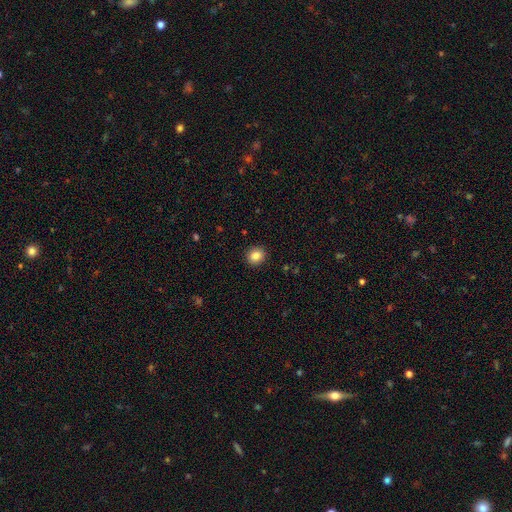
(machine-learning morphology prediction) Overall: smooth (85%). How rounded: round (83%). Merging: none (92%).